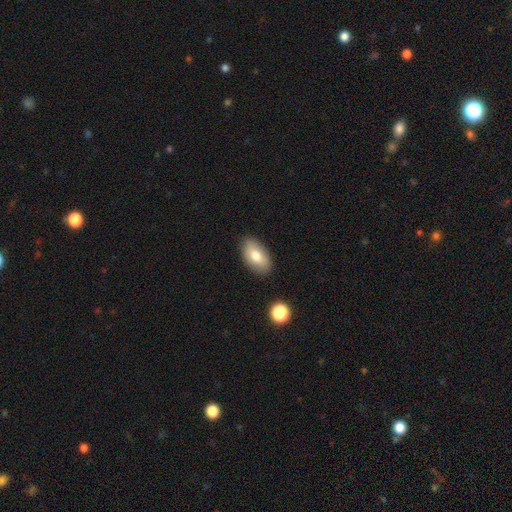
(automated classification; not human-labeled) Smooth or featured?
  - smooth: 78% *
  - featured or disk: 14%
  - star or artifact: 7%
How rounded?
  - in between: 93% *
  - round: 4%
  - cigar-shaped: 2%
Merging?
  - none: 84% *
  - minor disturbance: 11%
  - major disturbance: 3%
  - merger: 2%